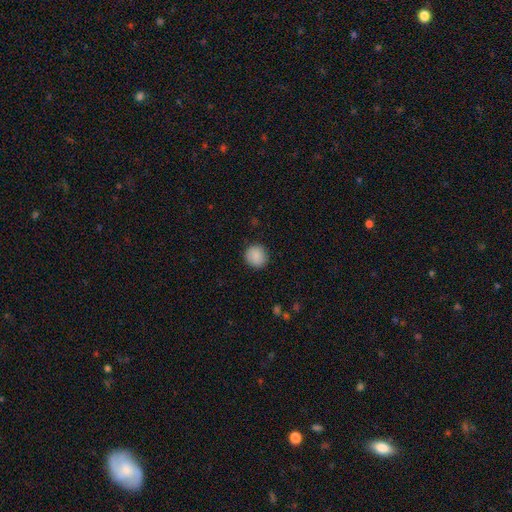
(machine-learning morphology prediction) smooth-or-featured: smooth: 88% | star or artifact: 7% | featured or disk: 5%
  how-rounded: round: 92% | in between: 7% | cigar-shaped: 1%
  merging: none: 90% | minor disturbance: 7% | major disturbance: 2% | merger: 1%